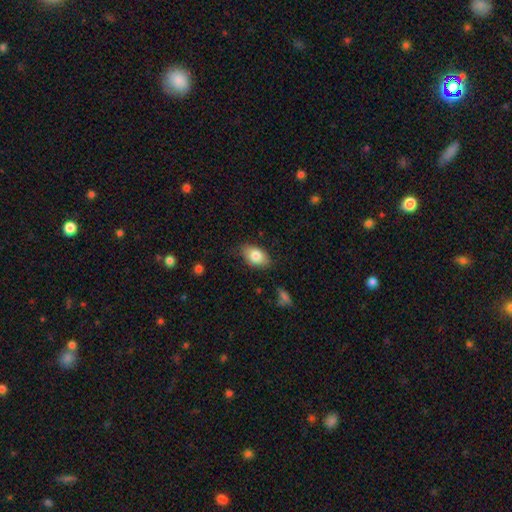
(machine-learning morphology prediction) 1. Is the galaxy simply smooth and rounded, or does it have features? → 81% smooth, 12% featured or disk, 7% star or artifact.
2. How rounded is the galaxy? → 89% in between, 10% round, 2% cigar-shaped.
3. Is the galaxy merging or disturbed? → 78% none, 17% minor disturbance, 3% major disturbance, 2% merger.